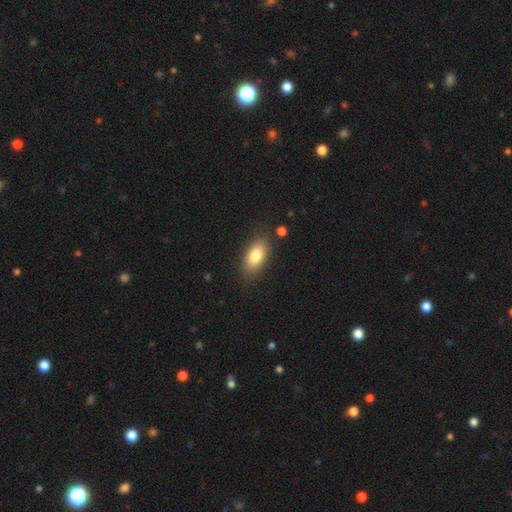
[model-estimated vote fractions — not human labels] Smooth or featured? Predicted: smooth (p=0.81). How rounded? Predicted: in between (p=0.89). Merging? Predicted: none (p=0.83).